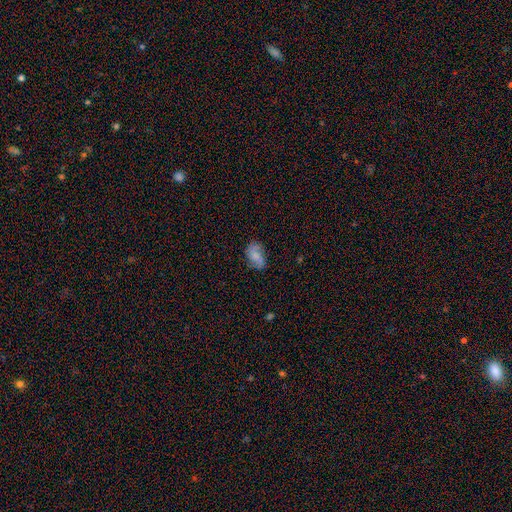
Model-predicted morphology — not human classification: smooth_or_featured: smooth (p=0.65) [alt: featured or disk p=0.26]
how_rounded: in between (p=0.90) [alt: round p=0.07]
merging: none (p=0.65) [alt: minor disturbance p=0.25]